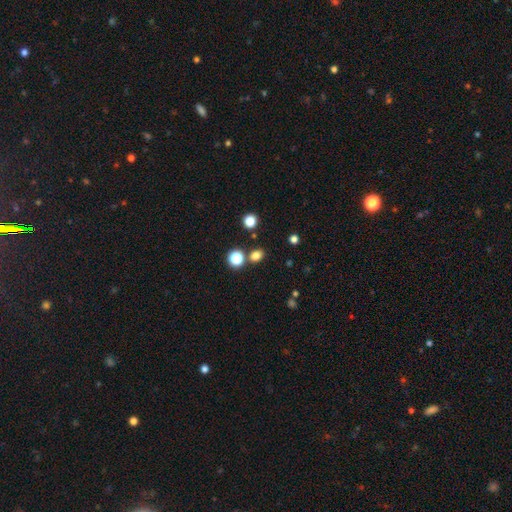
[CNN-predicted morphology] Smooth or featured?
  - smooth: 77% *
  - star or artifact: 18%
  - featured or disk: 5%
How rounded?
  - round: 56% *
  - in between: 43%
  - cigar-shaped: 1%
Merging?
  - none: 77% *
  - merger: 12%
  - minor disturbance: 9%
  - major disturbance: 3%